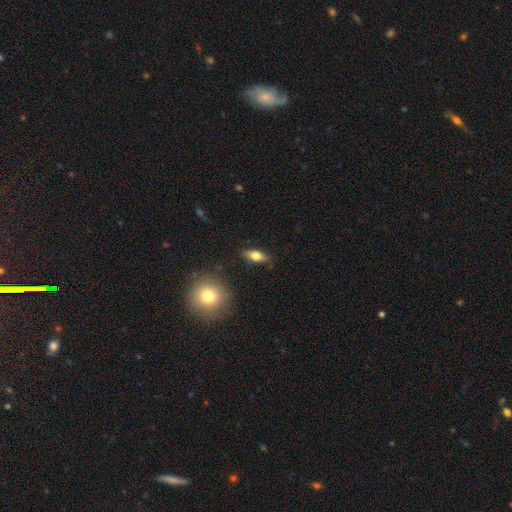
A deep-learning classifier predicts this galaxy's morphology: This is likely a smooth galaxy (69%). How rounded: likely in between (74%). Merging: clearly none (86%).